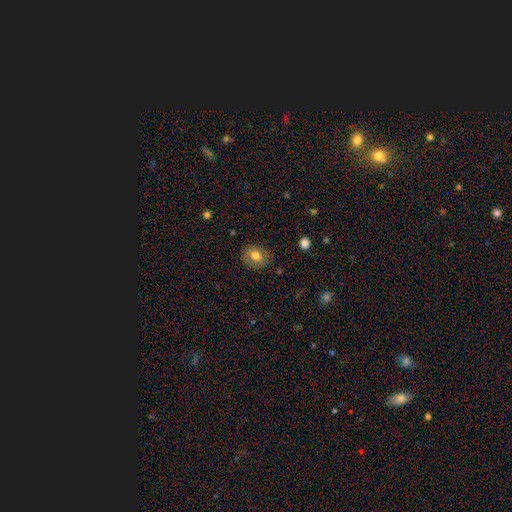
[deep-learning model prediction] Overall: smooth (73%). How rounded: round (53%; in between 46%). Merging: none (81%).